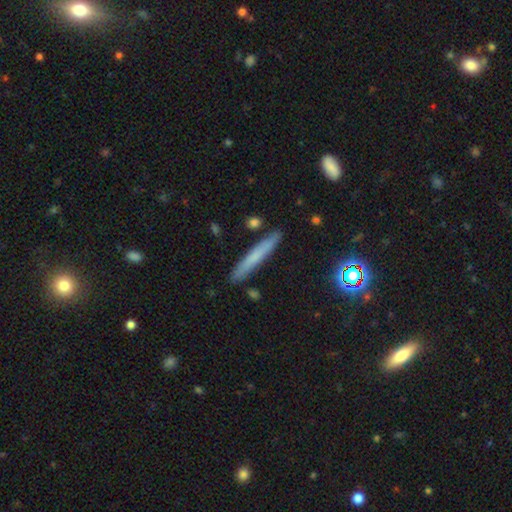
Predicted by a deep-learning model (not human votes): The model was most divided on "smooth or featured": smooth: 61%, featured or disk: 29%, star or artifact: 10%. More confident: how rounded — cigar-shaped (95%); merging — none (88%).